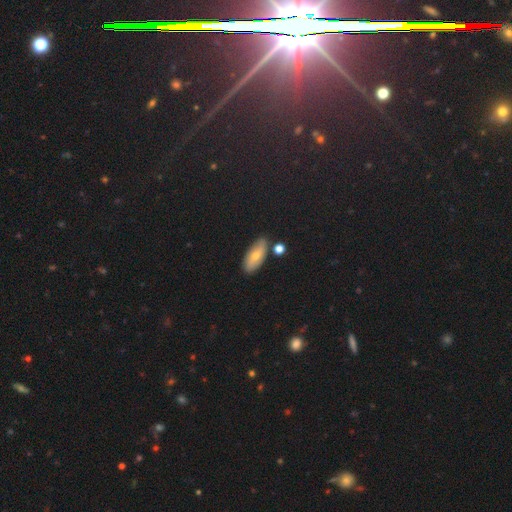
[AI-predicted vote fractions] Smooth or featured? Predicted: smooth (p=0.64). How rounded? Predicted: in between (p=0.83). Merging? Predicted: none (p=0.80).